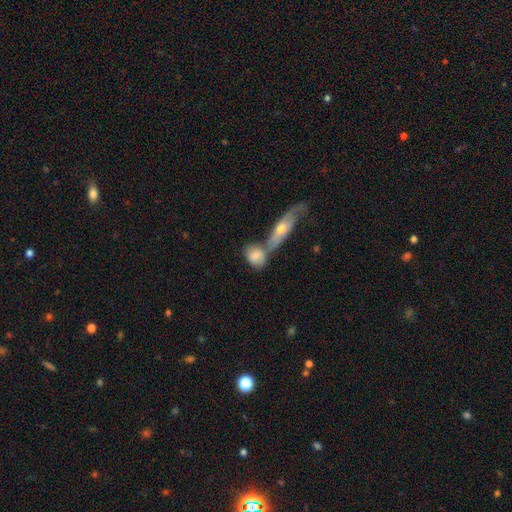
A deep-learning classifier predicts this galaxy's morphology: A smooth galaxy with no disk features (69%) that is in between round and cigar-shaped (64%). Merging: merger (49%).